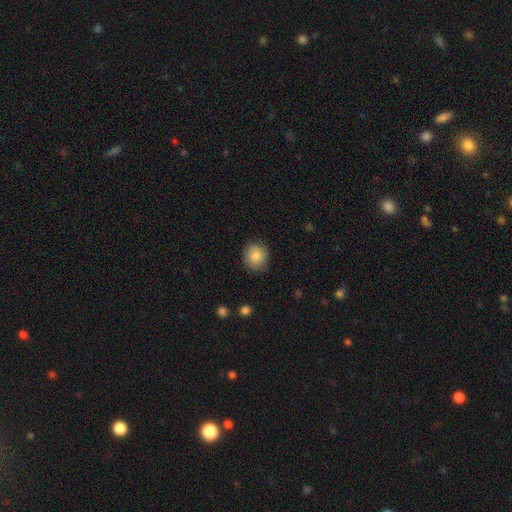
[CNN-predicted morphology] This appears to be a smooth galaxy with no disk features (86%) that is round (85%). Merging: none (85%).